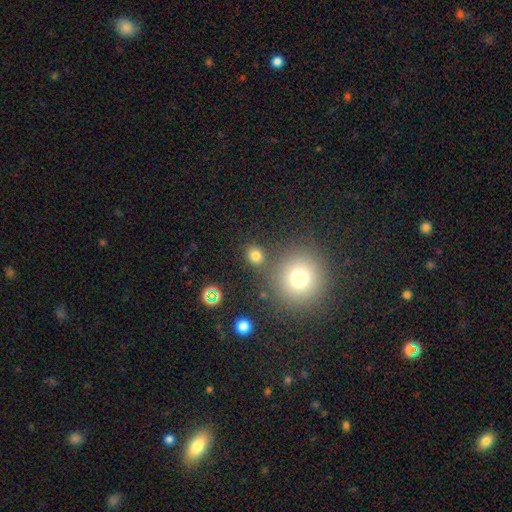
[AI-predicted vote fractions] A smooth galaxy with no disk features (76%) that is round (76%). Merging: none (77%).